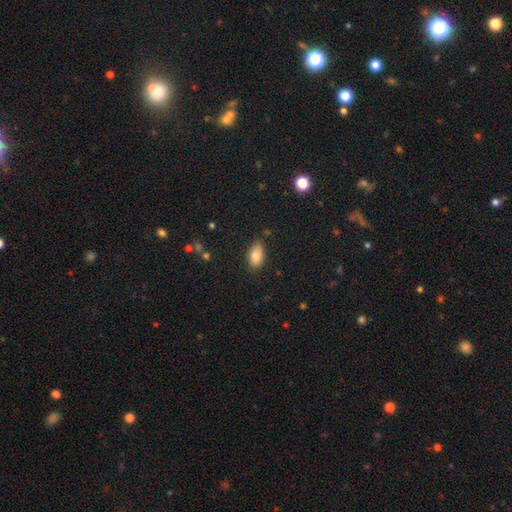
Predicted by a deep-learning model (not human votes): A smooth galaxy with no disk features (83%) that is in between round and cigar-shaped (91%).

Vote fractions:
- Smooth or featured? smooth: 83% / featured or disk: 9% / star or artifact: 8%
- How rounded? in between: 91% / round: 5% / cigar-shaped: 3%
- Merging? none: 79% / minor disturbance: 17% / major disturbance: 3% / merger: 2%